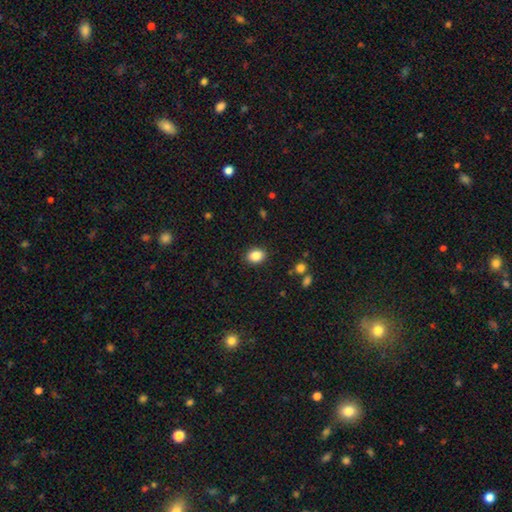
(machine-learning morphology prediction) A smooth galaxy with no disk features (86%) that is in between round and cigar-shaped (63%).

Vote fractions:
- Smooth or featured? smooth: 86% / star or artifact: 9% / featured or disk: 4%
- How rounded? in between: 63% / round: 36% / cigar-shaped: 1%
- Merging? none: 89% / minor disturbance: 8% / major disturbance: 2% / merger: 1%